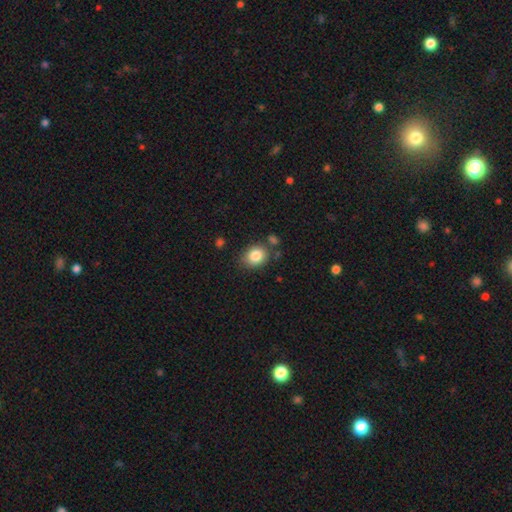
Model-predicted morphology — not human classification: smooth 84%, star or artifact 9%, featured or disk 7%. Down the decision tree: how rounded — round (58%); merging — none (75%).